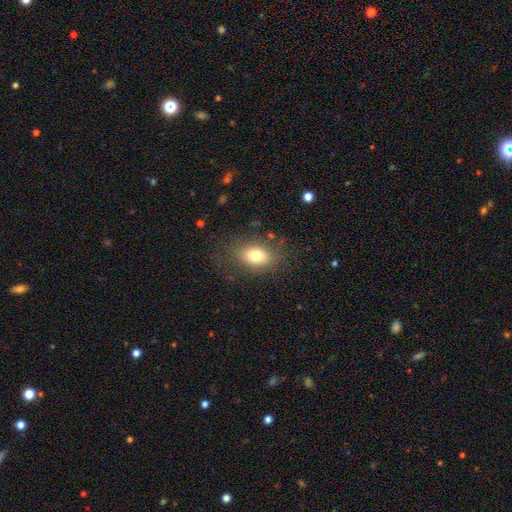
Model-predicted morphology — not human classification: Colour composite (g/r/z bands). It shows a smooth galaxy with no disk features (76%) that is in between round and cigar-shaped (76%). Merging: none (78%).